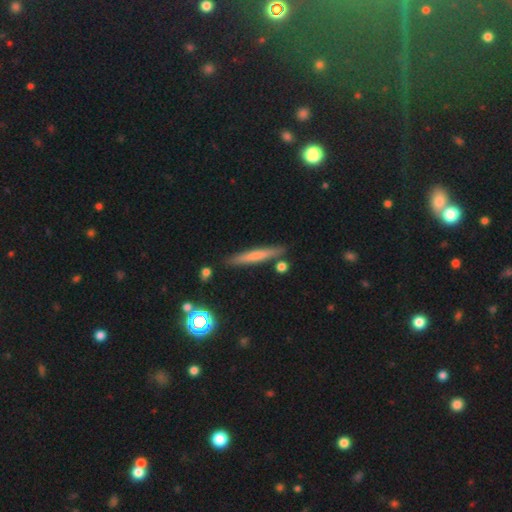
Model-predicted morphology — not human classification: Overall: smooth (59%; featured or disk 33%). How rounded: cigar-shaped (94%). Merging: none (85%).